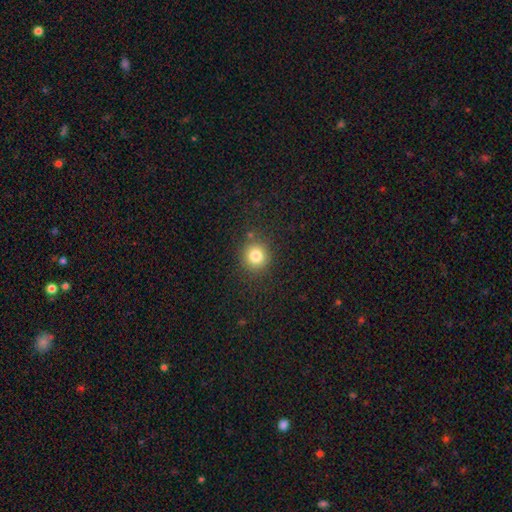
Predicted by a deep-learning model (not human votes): The model was most divided on "smooth or featured": smooth: 82%, star or artifact: 12%, featured or disk: 6%. More confident: how rounded — round (90%); merging — none (85%).